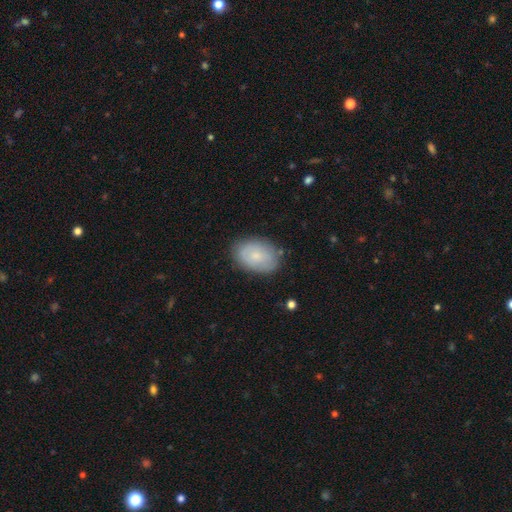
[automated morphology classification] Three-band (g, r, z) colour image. It shows a smooth galaxy with no disk features (64%) that is in between round and cigar-shaped (82%). Merging: none (80%).